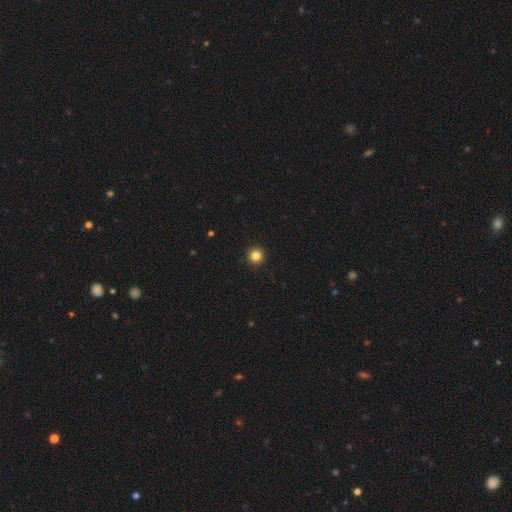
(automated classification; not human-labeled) The model was most divided on "smooth or featured": smooth: 84%, star or artifact: 12%, featured or disk: 4%. More confident: how rounded — round (96%); merging — none (94%).